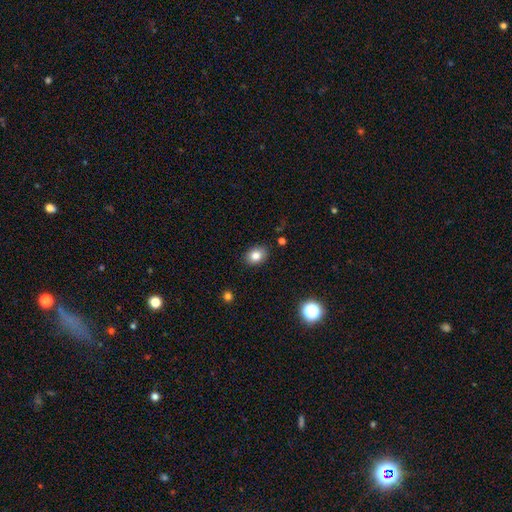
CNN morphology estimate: type=smooth (82%); roundness=in between (62%); merging=none (87%).